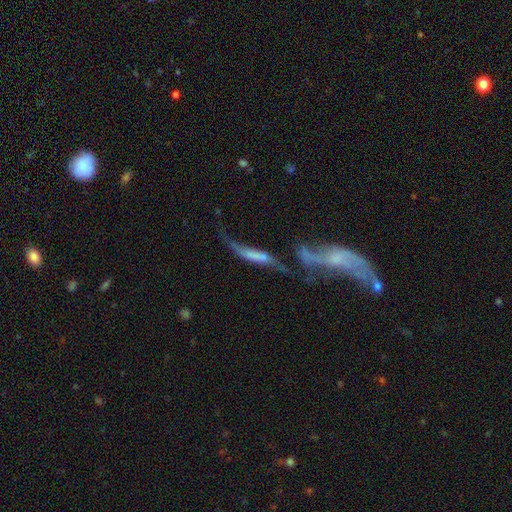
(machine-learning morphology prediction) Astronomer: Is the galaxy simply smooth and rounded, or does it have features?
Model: featured or disk — 57% (runner-up: smooth, 32%).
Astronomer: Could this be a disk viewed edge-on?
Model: no — 64%.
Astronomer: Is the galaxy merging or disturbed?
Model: merger — 37% (runner-up: major disturbance, 25%).